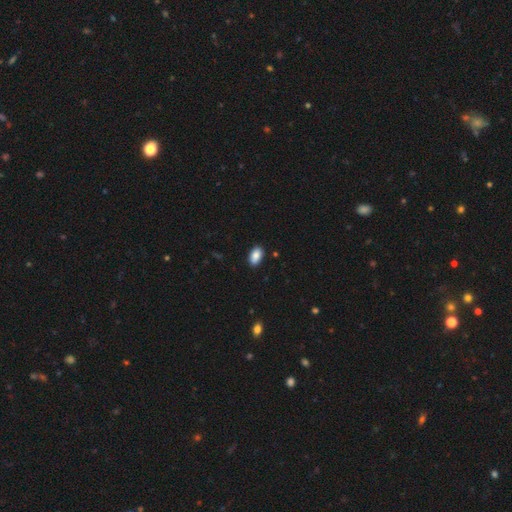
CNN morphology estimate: A smooth galaxy with no disk features (88%) that is in between round and cigar-shaped (93%). Merging: none (88%).